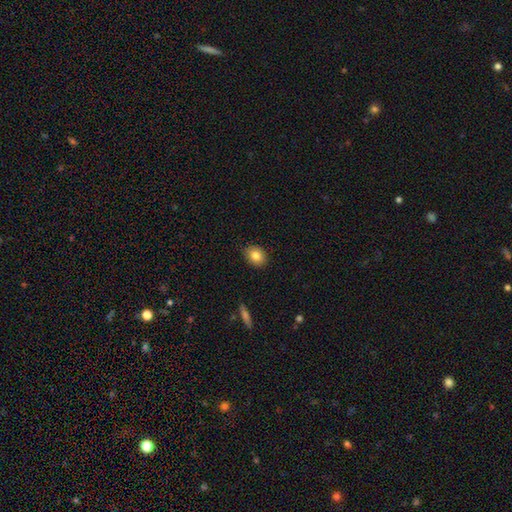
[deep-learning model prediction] Q: Smooth or featured?
A: smooth (83%); runner-up: star or artifact (9%)
Q: How rounded?
A: round (50%); runner-up: in between (49%)
Q: Merging?
A: none (87%); runner-up: minor disturbance (10%)